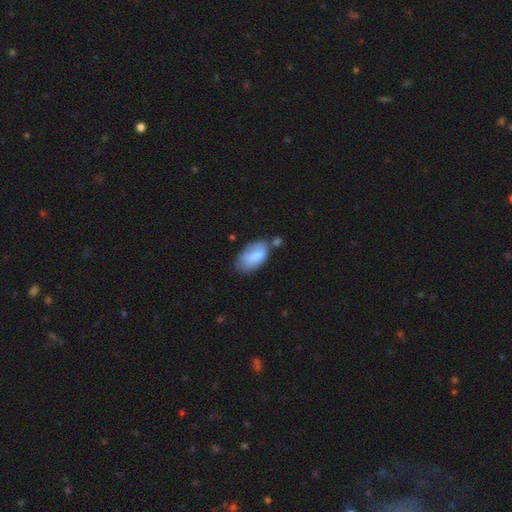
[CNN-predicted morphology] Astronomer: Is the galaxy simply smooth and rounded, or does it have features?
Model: smooth — 79%.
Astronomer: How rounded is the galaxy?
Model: in between — 94%.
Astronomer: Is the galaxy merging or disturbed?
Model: none — 45% (runner-up: minor disturbance, 29%).